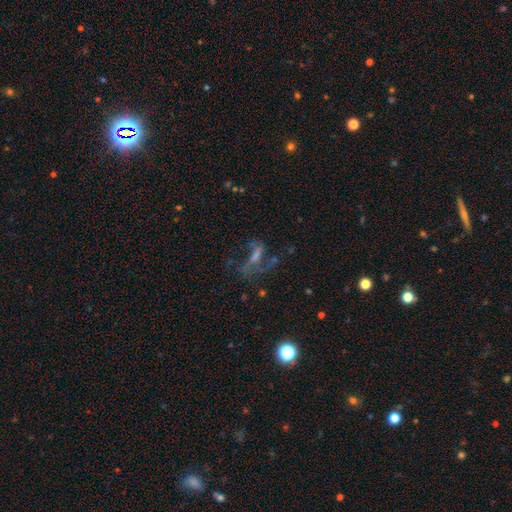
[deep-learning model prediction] This is possibly a featured or disk galaxy (58%). It is clearly not viewed edge-on (88%). Bar: marginally no (38%). Spiral arm pattern: likely yes (66%). Central bulge: marginally none (35%). Merging: marginally none (45%).